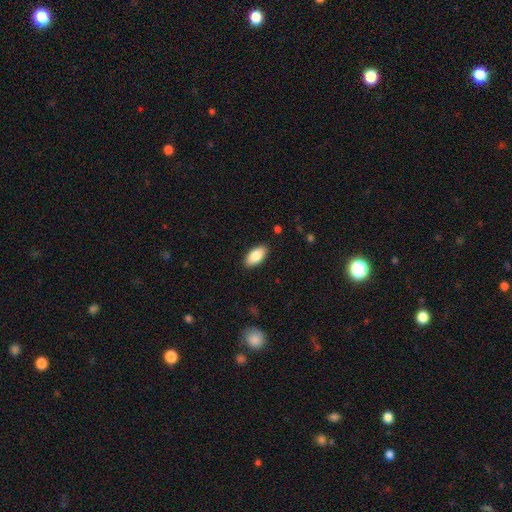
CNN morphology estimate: Smooth or featured: smooth — 85% (featured or disk — 9%)
How rounded: in between — 92% (cigar-shaped — 5%)
Merging: none — 89% (minor disturbance — 8%)